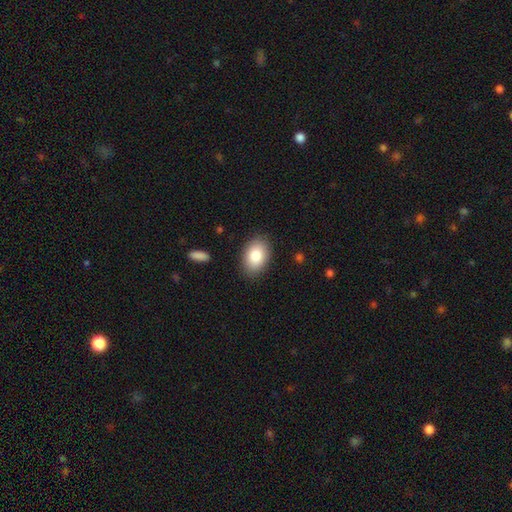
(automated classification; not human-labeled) Morphology: type=smooth (83%); roundness=in between (87%); merging=none (87%).